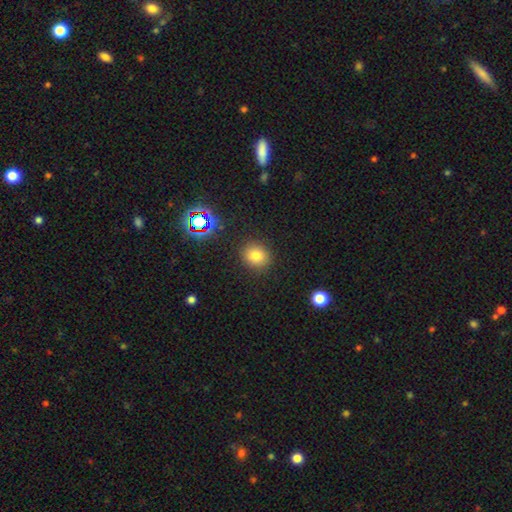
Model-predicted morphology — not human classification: The model was most divided on "how rounded": round: 76%, in between: 23%, cigar-shaped: 1%. More confident: merging — none (88%); smooth or featured — smooth (76%).